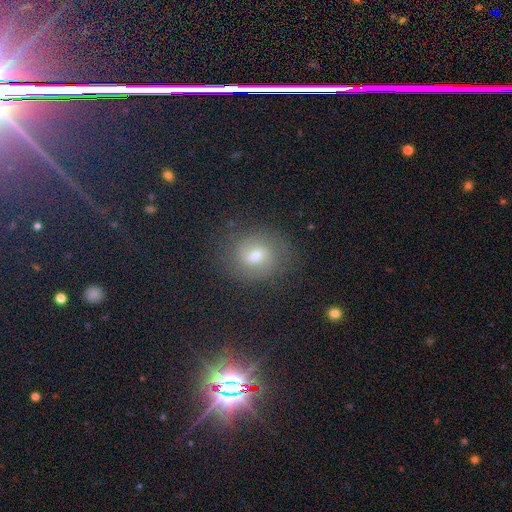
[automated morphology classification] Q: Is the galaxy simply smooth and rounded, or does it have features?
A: featured or disk — 39%.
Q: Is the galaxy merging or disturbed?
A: none — 82%.